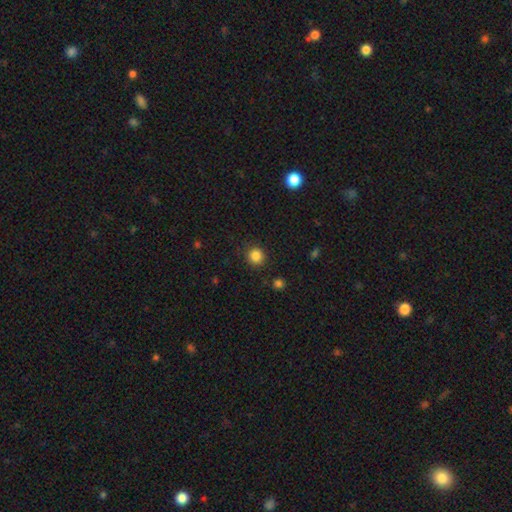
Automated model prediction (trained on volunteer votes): Smooth or featured? smooth (85%)
How rounded? round (91%)
Merging? none (89%)